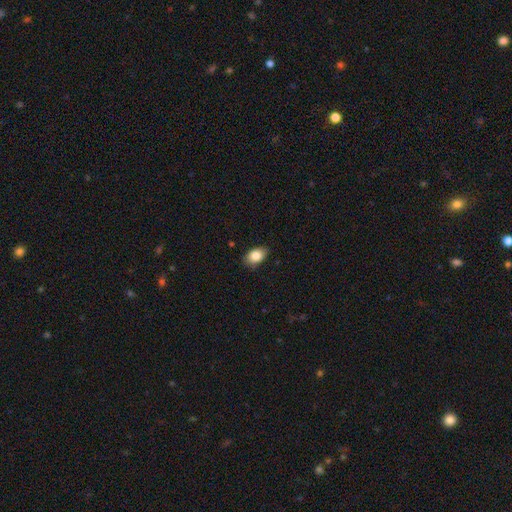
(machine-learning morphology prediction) type=smooth (85%); roundness=in between (86%); merging=none (83%).